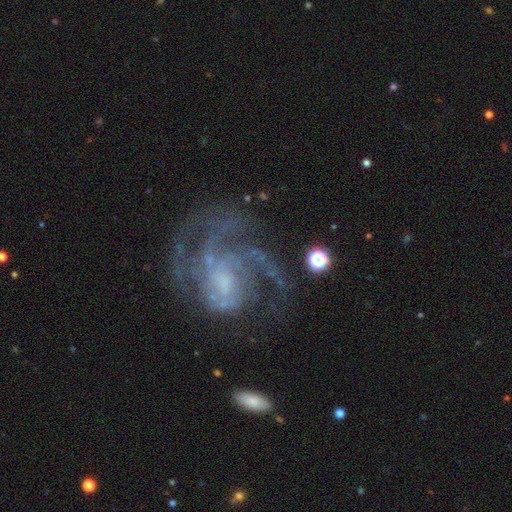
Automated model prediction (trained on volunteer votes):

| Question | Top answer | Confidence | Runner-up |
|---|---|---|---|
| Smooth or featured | featured or disk | 83% | star or artifact (11%) |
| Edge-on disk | no | 98% | yes (2%) |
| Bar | no | 54% | weak (36%) |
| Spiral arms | yes | 94% | no (6%) |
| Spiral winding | medium | 44% | tight (39%) |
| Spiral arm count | can't tell | 27% | 3 (25%) |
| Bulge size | small | 57% | moderate (19%) |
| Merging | none | 54% | major disturbance (25%) |